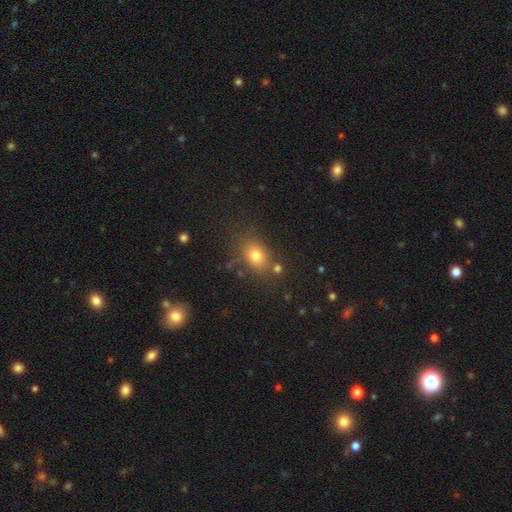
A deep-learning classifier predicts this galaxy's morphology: Smooth or featured? smooth (74%)
How rounded? in between (56%)
Merging? none (75%)